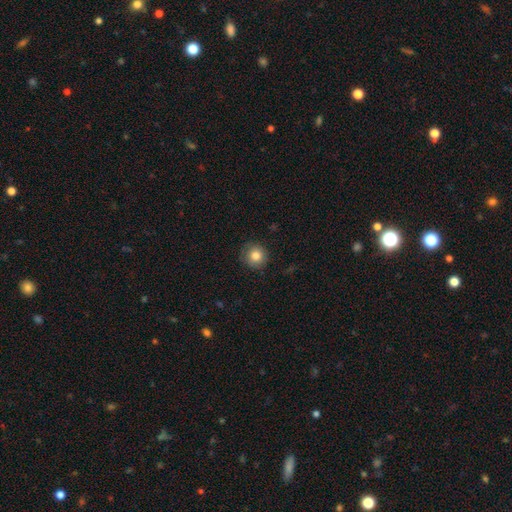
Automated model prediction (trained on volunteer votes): Q: Smooth or featured?
A: smooth (83%); runner-up: star or artifact (10%)
Q: How rounded?
A: round (93%); runner-up: in between (6%)
Q: Merging?
A: none (85%); runner-up: minor disturbance (11%)